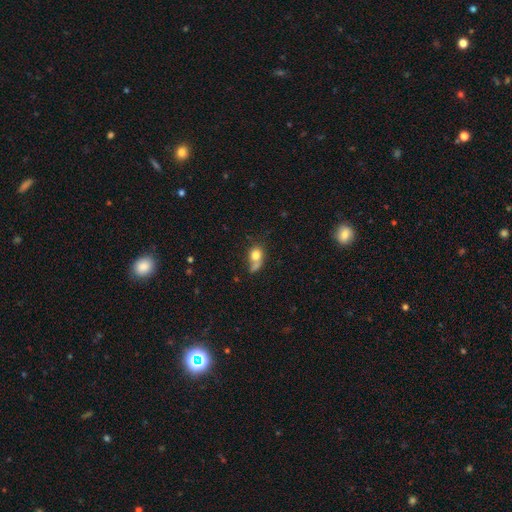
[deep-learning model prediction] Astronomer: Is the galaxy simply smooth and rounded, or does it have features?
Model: smooth — 76%.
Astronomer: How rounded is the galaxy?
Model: round — 50% (runner-up: in between, 47%).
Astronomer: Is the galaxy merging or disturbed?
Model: none — 36% (runner-up: merger, 28%).